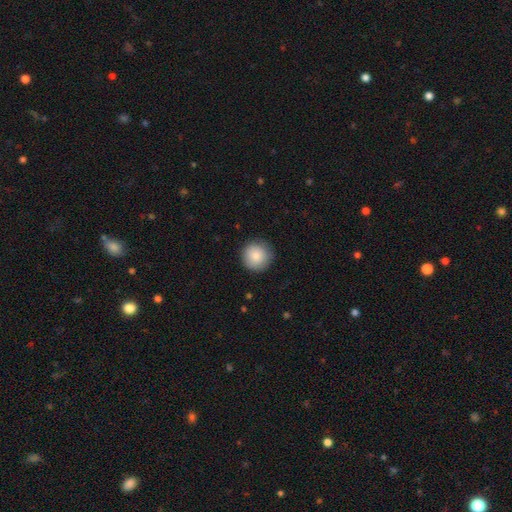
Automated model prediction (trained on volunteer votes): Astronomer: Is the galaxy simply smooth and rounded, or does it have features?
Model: smooth — 86%.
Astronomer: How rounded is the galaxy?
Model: round — 95%.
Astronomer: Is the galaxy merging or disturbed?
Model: none — 88%.